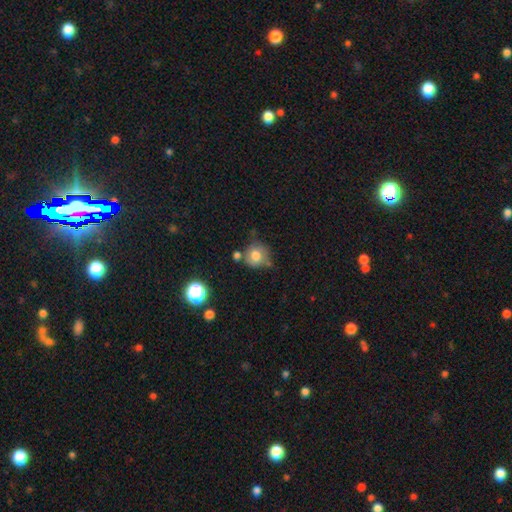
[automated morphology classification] type=smooth (74%); roundness=round (84%); merging=none (56%).